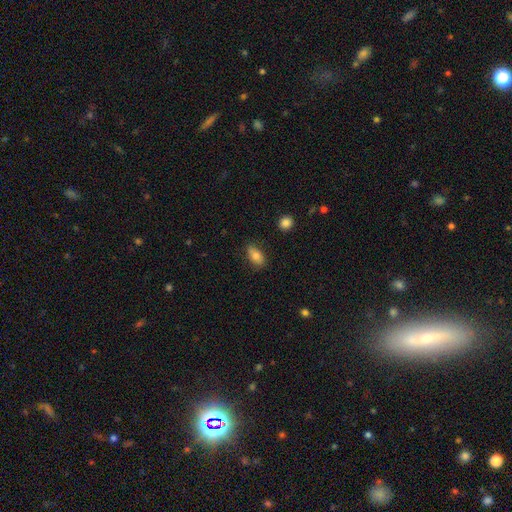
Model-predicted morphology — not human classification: smooth 80%, featured or disk 12%, star or artifact 8%. Down the decision tree: how rounded — in between (88%); merging — none (79%).